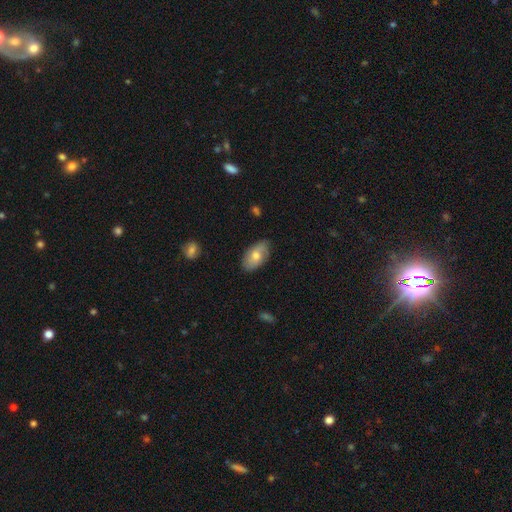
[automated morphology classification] smooth 61%, featured or disk 32%, star or artifact 7%. Down the decision tree: how rounded — in between (94%); merging — none (79%).